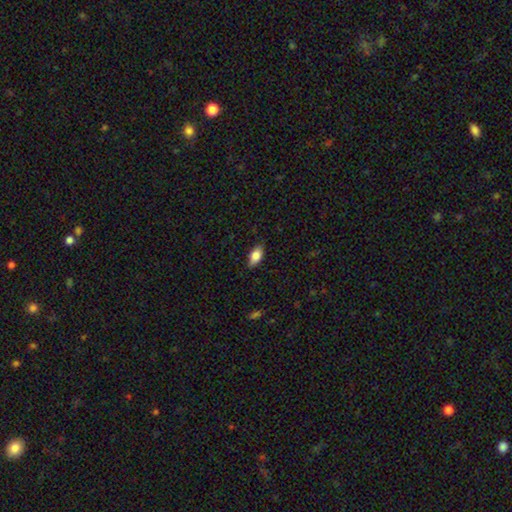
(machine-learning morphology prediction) type=smooth (80%); roundness=in between (88%); merging=none (82%).